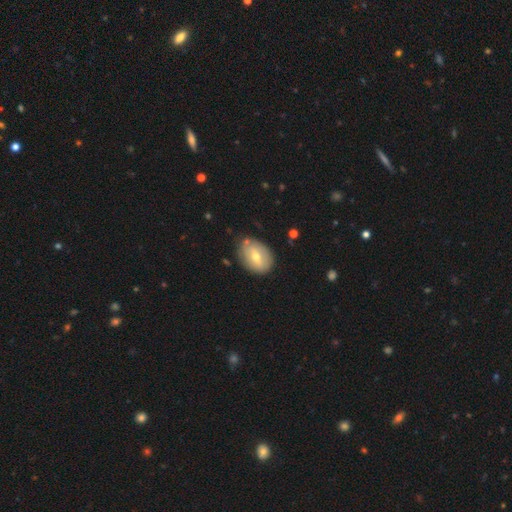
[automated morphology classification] The model was most divided on "smooth or featured": smooth: 53%, featured or disk: 39%, star or artifact: 7%. More confident: merging — none (77%); how rounded — in between (74%).